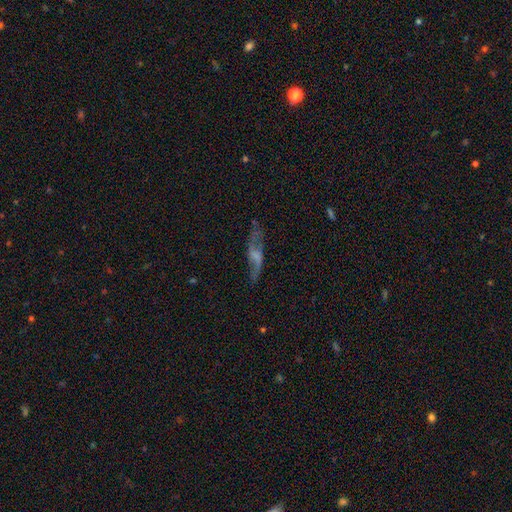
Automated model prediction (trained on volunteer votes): Smooth or featured? featured or disk (68%)
Edge-on disk? no (70%)
Merging? none (66%)